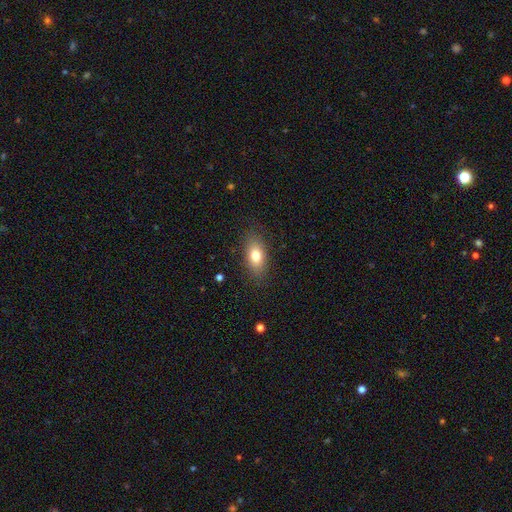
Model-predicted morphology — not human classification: The model was most divided on "smooth or featured": smooth: 78%, featured or disk: 14%, star or artifact: 9%. More confident: merging — none (85%); how rounded — in between (85%).